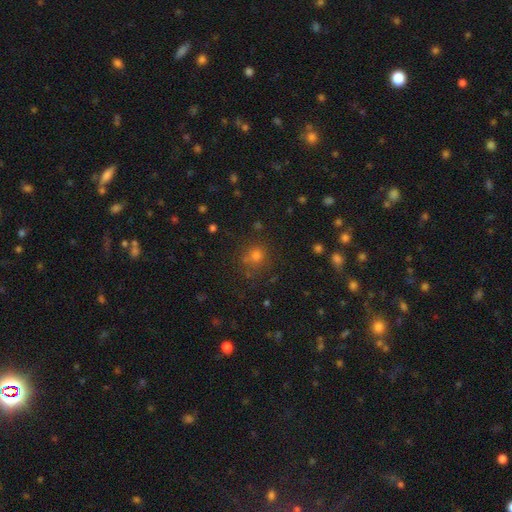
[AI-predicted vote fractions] Morphology: type=smooth (68%); roundness=round (86%); merging=none (77%).